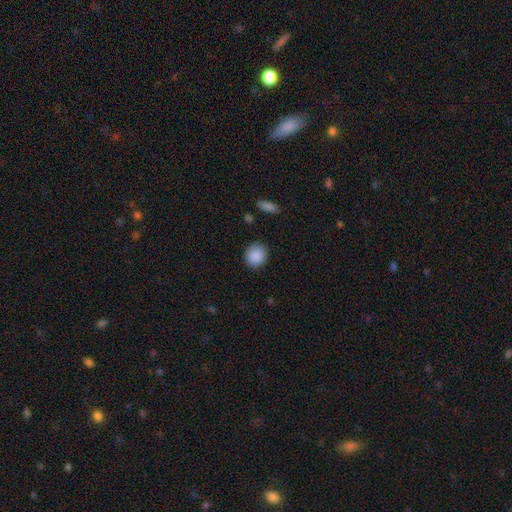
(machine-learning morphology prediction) Smooth or featured? Predicted: smooth (p=0.89). How rounded? Predicted: round (p=0.84). Merging? Predicted: none (p=0.88).